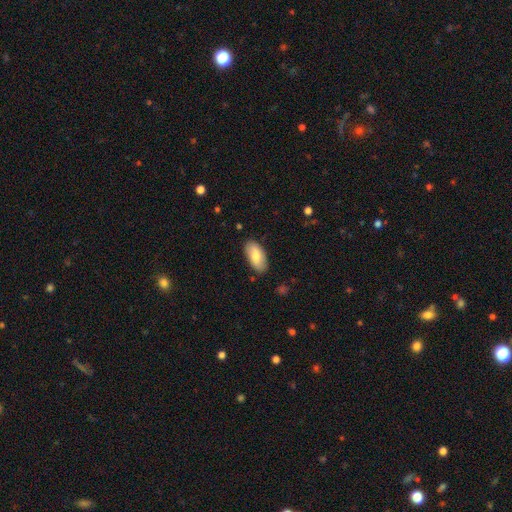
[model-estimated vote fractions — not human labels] This is likely a smooth galaxy (77%). How rounded: clearly in between (93%). Merging: clearly none (85%).